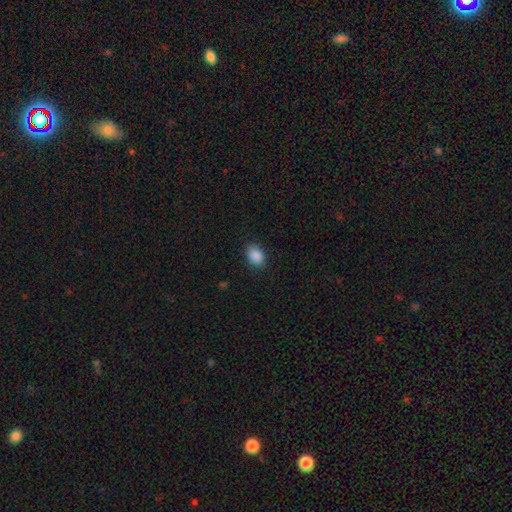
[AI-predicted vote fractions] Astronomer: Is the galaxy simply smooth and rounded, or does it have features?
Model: smooth — 89%.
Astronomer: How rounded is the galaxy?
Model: in between — 78%.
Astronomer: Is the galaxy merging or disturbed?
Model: none — 86%.